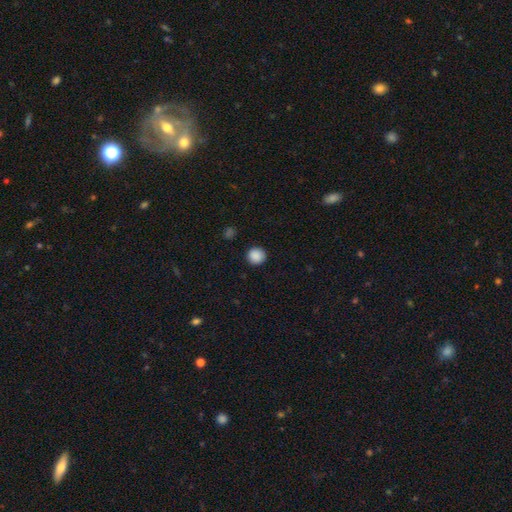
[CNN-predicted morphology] Smooth or featured? Predicted: smooth (p=0.89). How rounded? Predicted: round (p=0.93). Merging? Predicted: none (p=0.92).